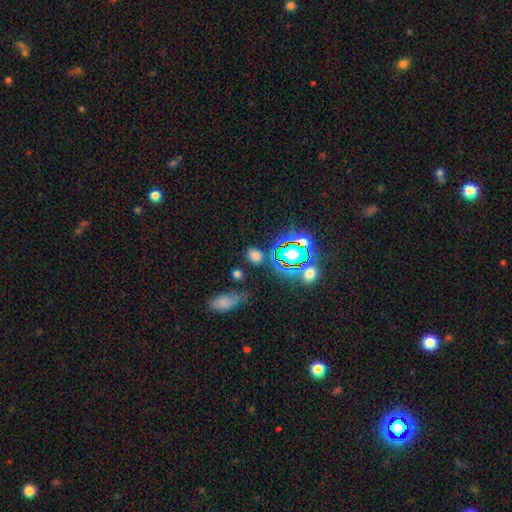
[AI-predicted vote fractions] Overall: smooth (67%). How rounded: in between (49%, tied with round). Merging: none (79%).